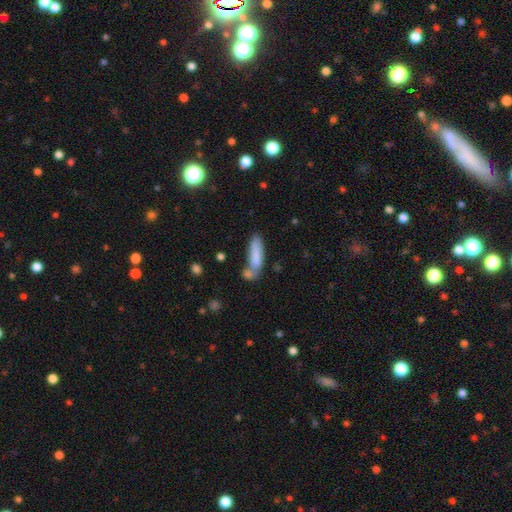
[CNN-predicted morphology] This is clearly a smooth galaxy (81%). How rounded: possibly cigar-shaped (56%). Merging: marginally none (40%).